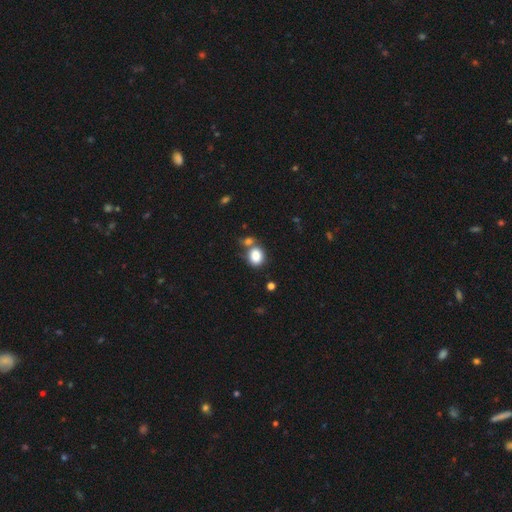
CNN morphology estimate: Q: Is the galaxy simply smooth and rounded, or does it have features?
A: smooth — 85%.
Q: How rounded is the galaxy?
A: round — 51%.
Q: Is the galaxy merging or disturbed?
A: none — 53%.